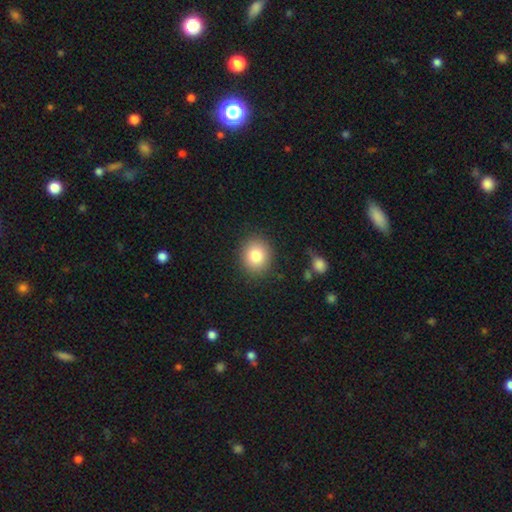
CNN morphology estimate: smooth-or-featured: smooth: 83% | star or artifact: 9% | featured or disk: 8%
  how-rounded: round: 73% | in between: 27% | cigar-shaped: 1%
  merging: none: 88% | minor disturbance: 8% | major disturbance: 3% | merger: 1%